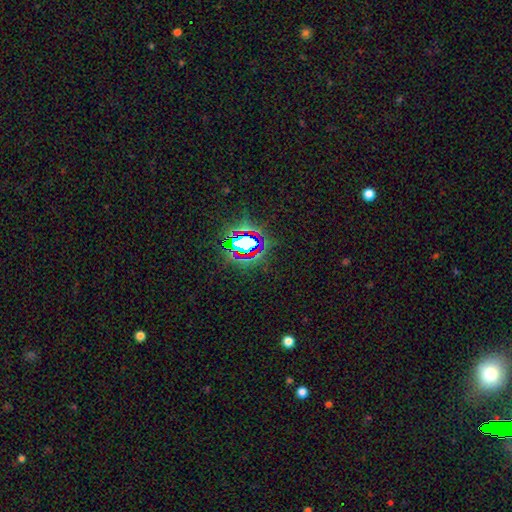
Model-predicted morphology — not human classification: smooth-or-featured: star or artifact: 79% | smooth: 12% | featured or disk: 9%